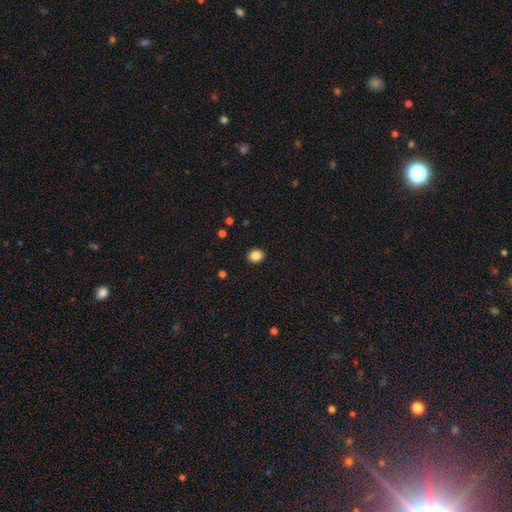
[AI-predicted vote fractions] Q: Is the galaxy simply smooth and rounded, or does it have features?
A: smooth — 85%.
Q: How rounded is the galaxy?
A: round — 60%.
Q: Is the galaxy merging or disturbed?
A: none — 91%.